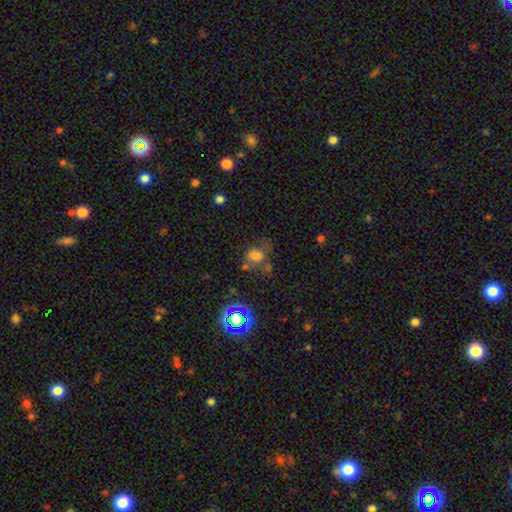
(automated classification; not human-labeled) This appears to be a smooth galaxy with no disk features (62%) that is round (51%). Merging: none (46%).